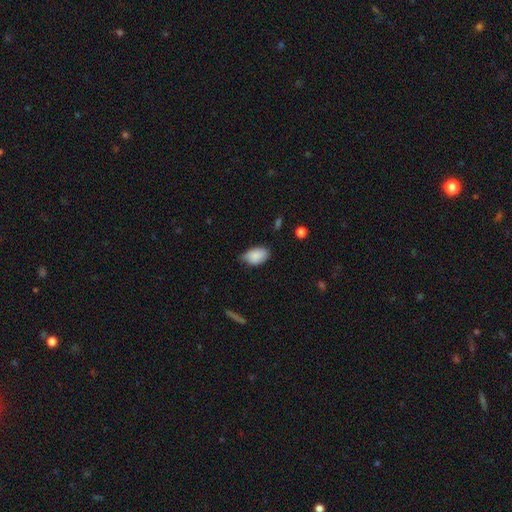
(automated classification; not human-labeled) Smooth or featured: smooth — 87% (star or artifact — 7%)
How rounded: in between — 92% (round — 6%)
Merging: none — 63% (minor disturbance — 31%)